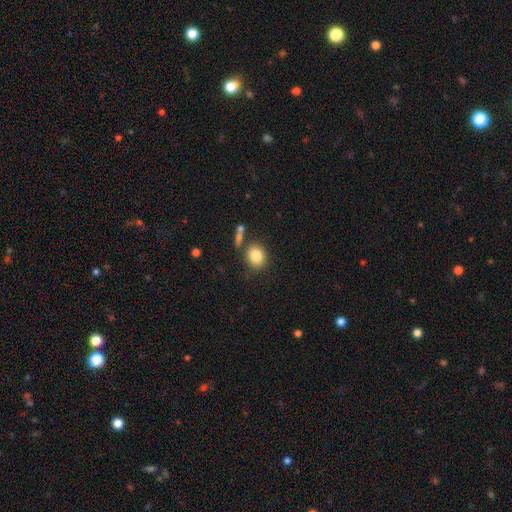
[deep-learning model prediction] Morphology: type=smooth (83%); roundness=round (71%); merging=none (76%).